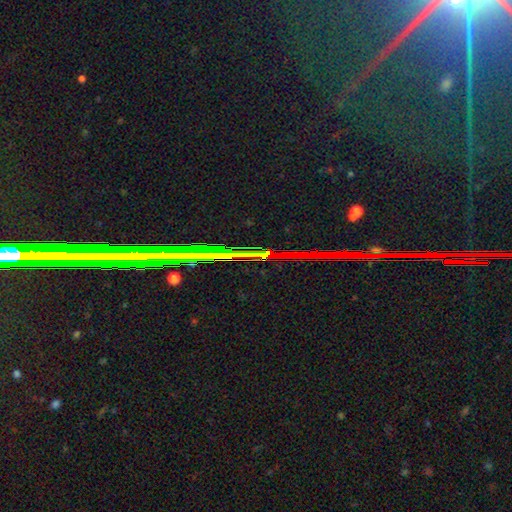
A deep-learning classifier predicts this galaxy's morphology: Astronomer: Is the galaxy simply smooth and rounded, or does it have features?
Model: star or artifact — 84%.